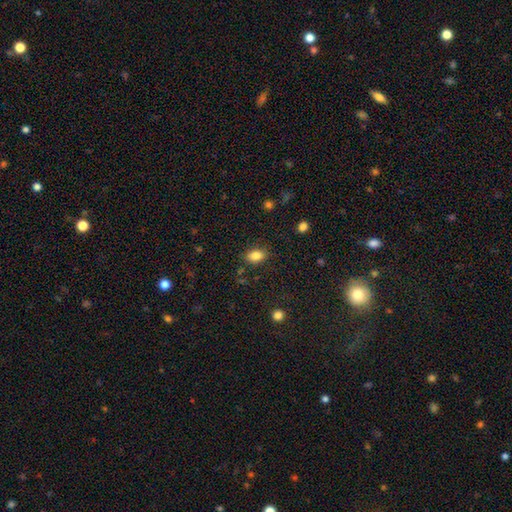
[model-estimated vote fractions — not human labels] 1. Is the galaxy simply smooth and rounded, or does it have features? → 84% smooth, 9% star or artifact, 7% featured or disk.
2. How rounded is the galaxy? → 82% in between, 16% round, 2% cigar-shaped.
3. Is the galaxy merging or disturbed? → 83% none, 12% minor disturbance, 3% major disturbance, 2% merger.